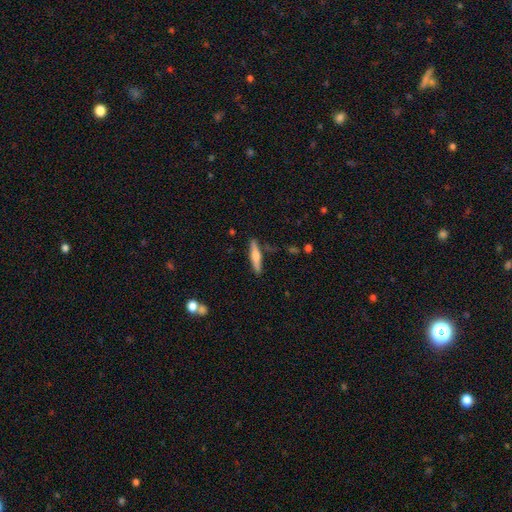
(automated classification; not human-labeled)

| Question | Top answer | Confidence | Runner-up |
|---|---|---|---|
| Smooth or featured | smooth | 48% | featured or disk (46%) |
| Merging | none | 84% | minor disturbance (11%) |